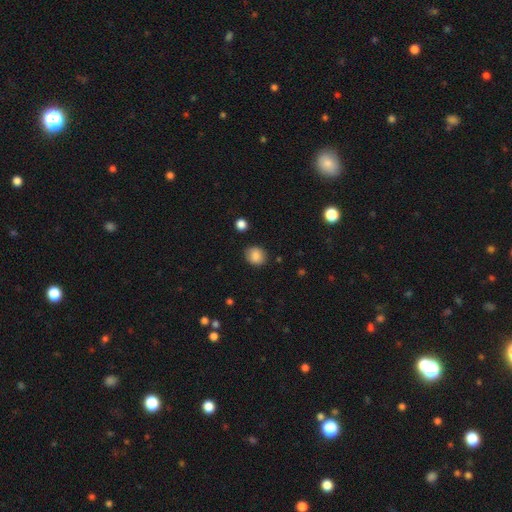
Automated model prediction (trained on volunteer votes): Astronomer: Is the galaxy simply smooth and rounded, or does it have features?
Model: smooth — 86%.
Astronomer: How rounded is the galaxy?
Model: round — 70%.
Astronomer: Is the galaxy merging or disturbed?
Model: none — 85%.